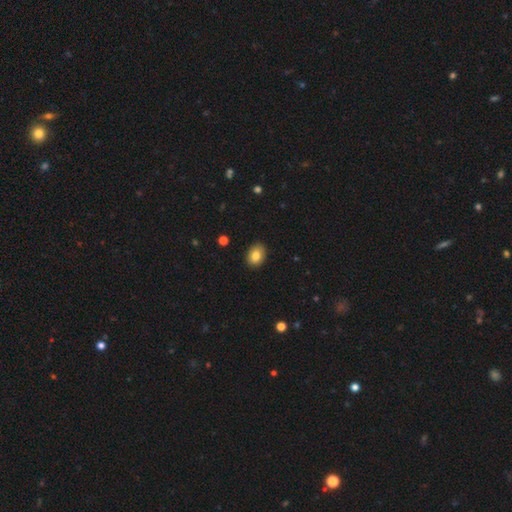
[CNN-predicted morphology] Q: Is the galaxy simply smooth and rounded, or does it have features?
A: smooth — 82%.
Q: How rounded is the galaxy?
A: in between — 73%.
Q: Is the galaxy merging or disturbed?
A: none — 89%.